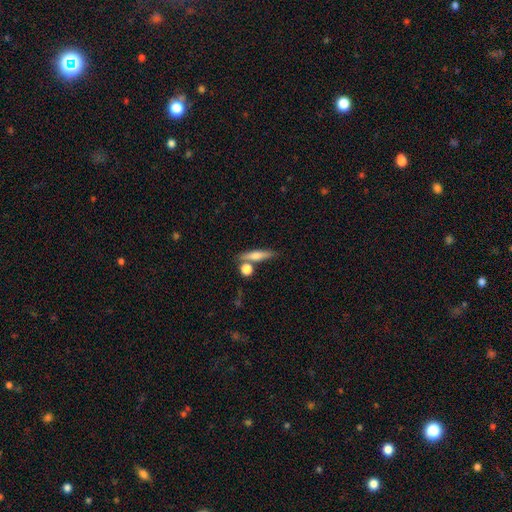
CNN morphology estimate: Smooth or featured?
  - smooth: 63% *
  - featured or disk: 29%
  - star or artifact: 7%
How rounded?
  - cigar-shaped: 72% *
  - in between: 20%
  - round: 8%
Merging?
  - none: 67% *
  - merger: 18%
  - minor disturbance: 11%
  - major disturbance: 4%